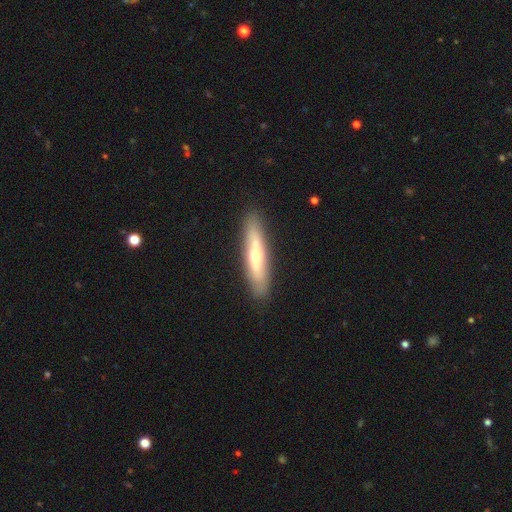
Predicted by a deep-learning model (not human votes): This appears to be a featured or disk galaxy (54%) viewed edge-on (70%). Merging: none (87%).